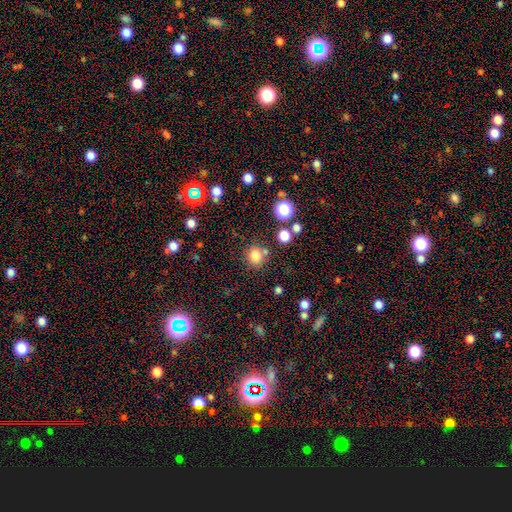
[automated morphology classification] smooth_or_featured: smooth (p=0.78) [alt: star or artifact p=0.16]
how_rounded: round (p=0.82) [alt: in between p=0.17]
merging: none (p=0.74) [alt: merger p=0.11]